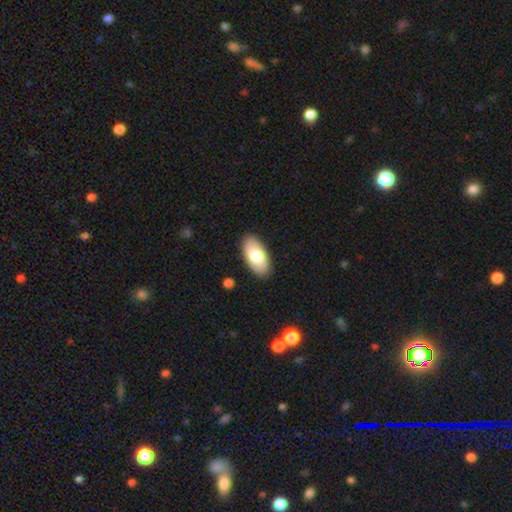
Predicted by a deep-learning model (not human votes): This appears to be a smooth galaxy with no disk features (76%) that is in between round and cigar-shaped (95%). Merging: none (89%).